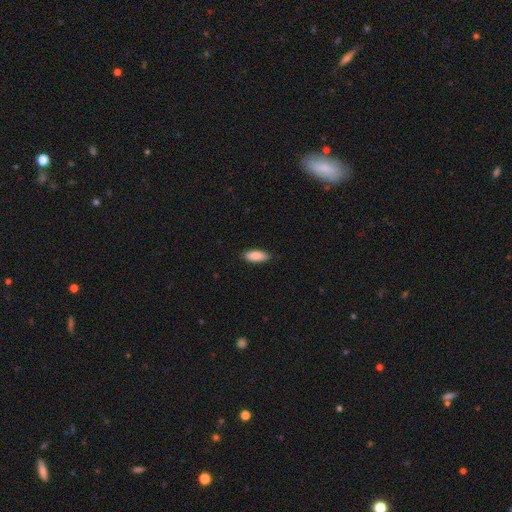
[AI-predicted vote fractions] Smooth or featured: smooth — 88% (featured or disk — 6%)
How rounded: in between — 71% (cigar-shaped — 27%)
Merging: none — 87% (minor disturbance — 10%)